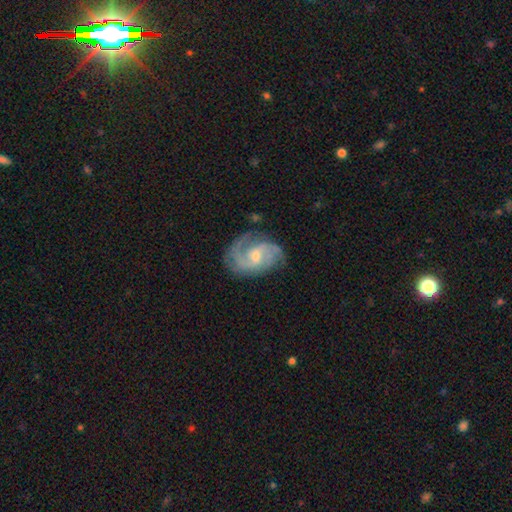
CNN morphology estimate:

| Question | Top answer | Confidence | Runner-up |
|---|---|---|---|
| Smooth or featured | featured or disk | 88% | smooth (7%) |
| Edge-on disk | no | 98% | yes (2%) |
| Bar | weak | 51% | no (39%) |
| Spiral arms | yes | 97% | no (3%) |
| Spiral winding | medium | 51% | tight (34%) |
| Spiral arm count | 2 | 51% | 3 (25%) |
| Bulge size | moderate | 49% | small (45%) |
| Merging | none | 70% | minor disturbance (20%) |